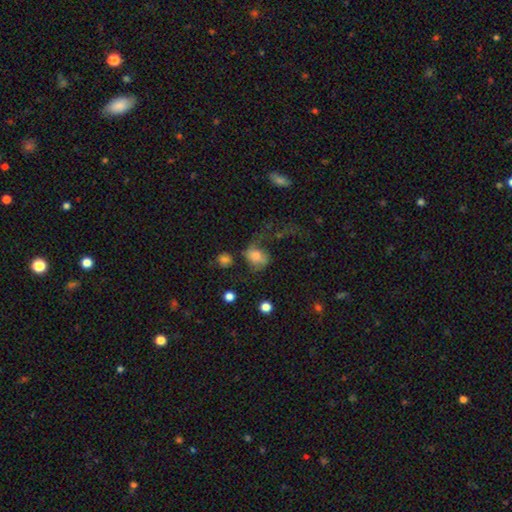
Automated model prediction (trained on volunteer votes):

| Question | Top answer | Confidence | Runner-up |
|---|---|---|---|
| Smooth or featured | smooth | 61% | featured or disk (27%) |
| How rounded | in between | 51% | round (47%) |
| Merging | major disturbance | 42% | none (30%) |